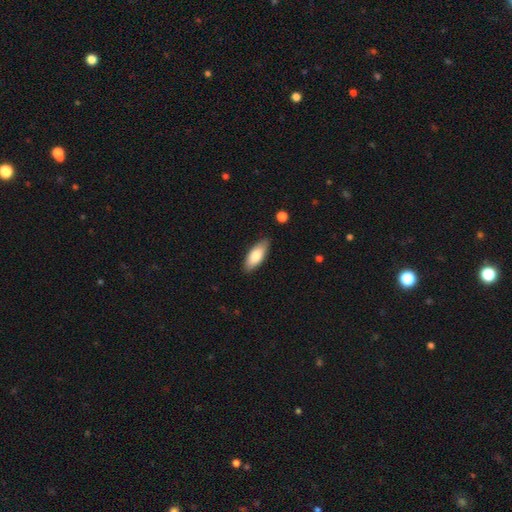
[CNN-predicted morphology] This appears to be a smooth galaxy with no disk features (79%) that is in between round and cigar-shaped (76%). Merging: none (86%).